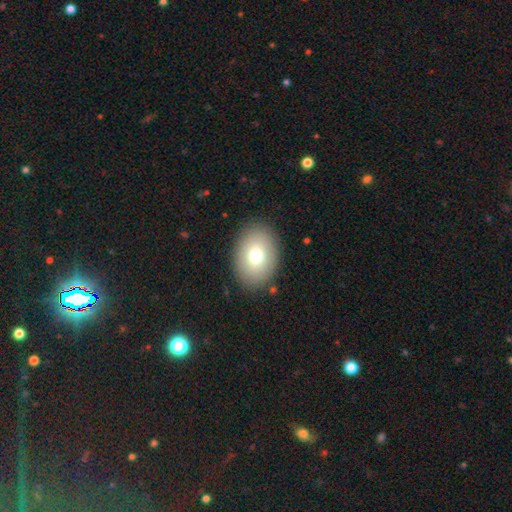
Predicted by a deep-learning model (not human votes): Smooth or featured? smooth (76%)
How rounded? in between (79%)
Merging? none (88%)